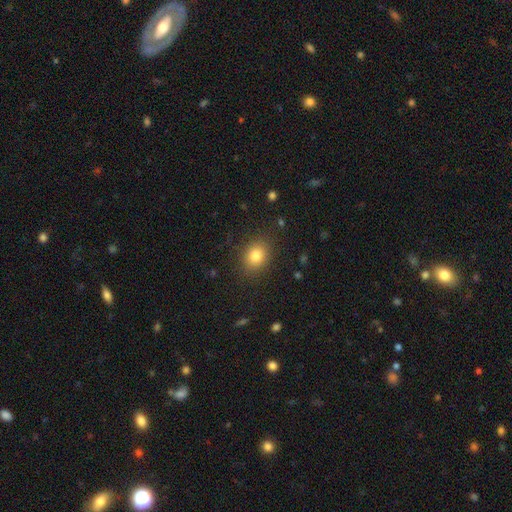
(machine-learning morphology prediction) type=smooth (83%); roundness=in between (56%); merging=none (84%).